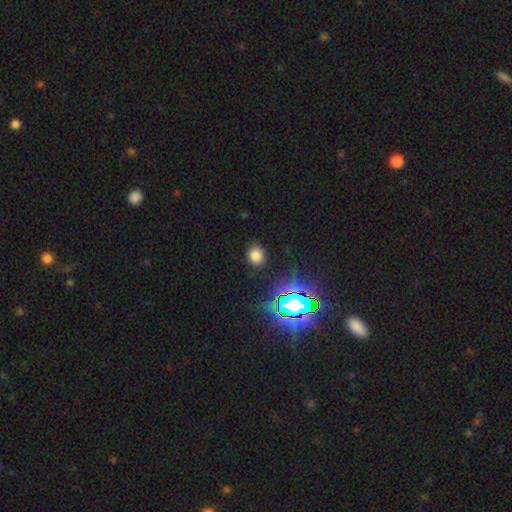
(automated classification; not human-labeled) Morphology: type=smooth (72%); roundness=round (76%); merging=none (86%).